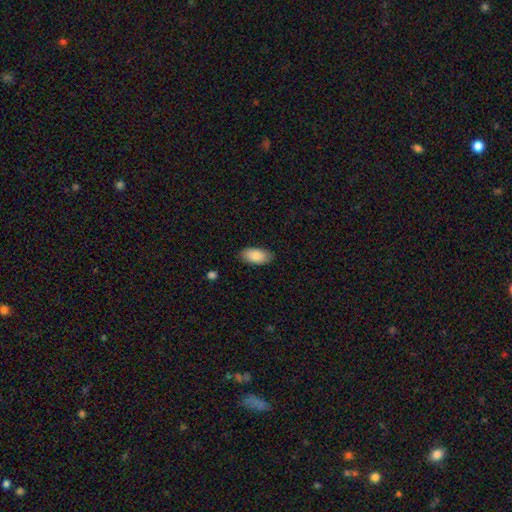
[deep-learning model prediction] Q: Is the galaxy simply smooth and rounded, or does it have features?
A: smooth — 87%.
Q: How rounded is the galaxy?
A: in between — 94%.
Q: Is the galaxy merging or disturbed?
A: none — 86%.